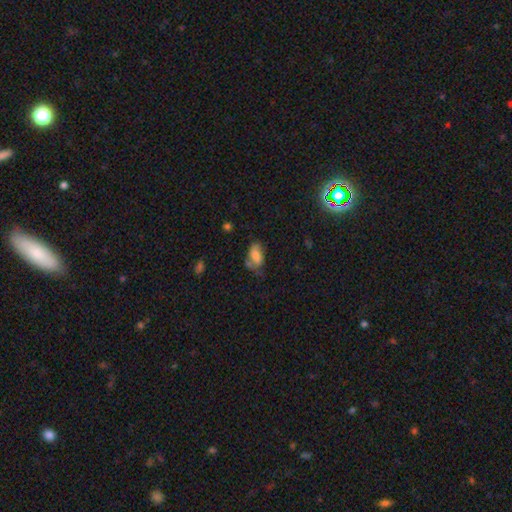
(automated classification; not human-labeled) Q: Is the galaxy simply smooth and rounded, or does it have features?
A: smooth — 73%.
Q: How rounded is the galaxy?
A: in between — 91%.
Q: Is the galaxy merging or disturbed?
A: none — 42%.